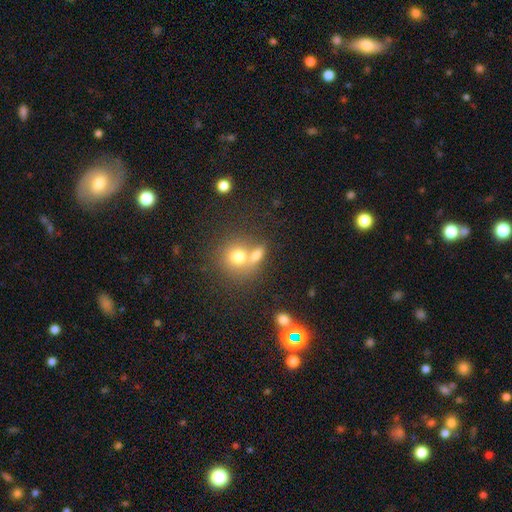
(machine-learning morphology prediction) smooth 73%, featured or disk 15%, star or artifact 12%. Down the decision tree: how rounded — in between (50%); merging — merger (52%).